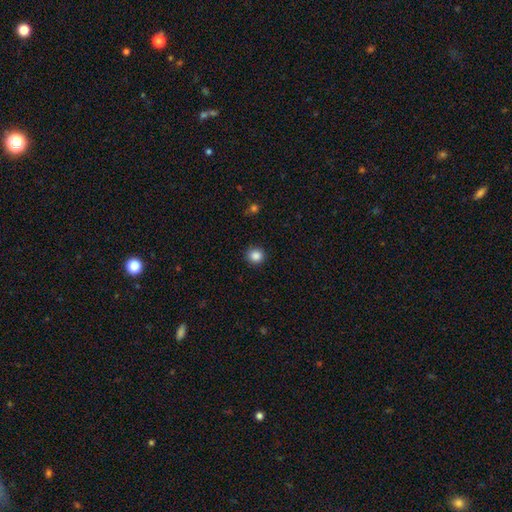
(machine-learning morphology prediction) Smooth or featured?
  - smooth: 87% *
  - star or artifact: 10%
  - featured or disk: 3%
How rounded?
  - round: 94% *
  - in between: 5%
  - cigar-shaped: 1%
Merging?
  - none: 91% *
  - minor disturbance: 6%
  - major disturbance: 2%
  - merger: 1%